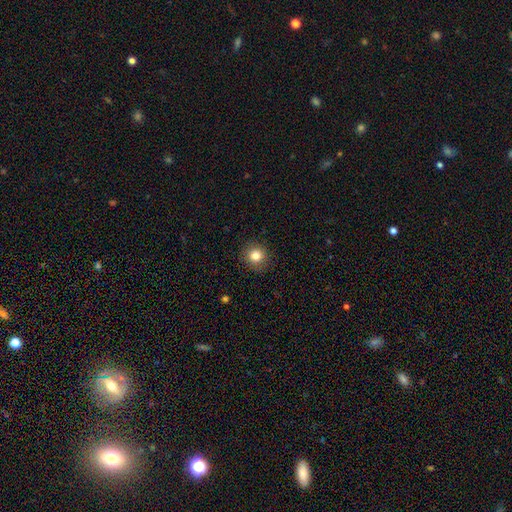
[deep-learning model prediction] Smooth or featured?
  - smooth: 82% *
  - star or artifact: 11%
  - featured or disk: 7%
How rounded?
  - round: 90% *
  - in between: 9%
  - cigar-shaped: 1%
Merging?
  - none: 90% *
  - minor disturbance: 7%
  - major disturbance: 2%
  - merger: 1%